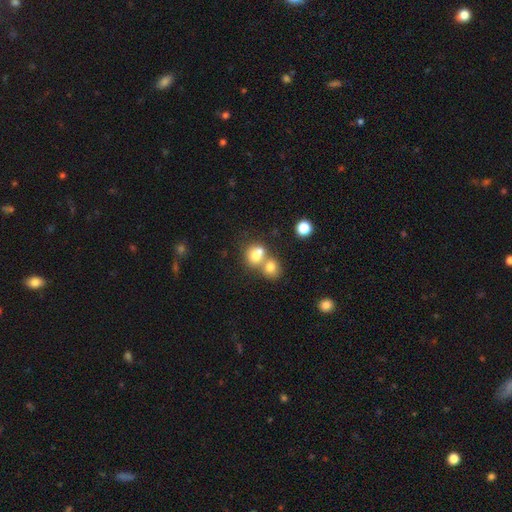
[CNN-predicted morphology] This is likely a smooth galaxy (72%). How rounded: likely round (62%). Merging: likely merger (60%).